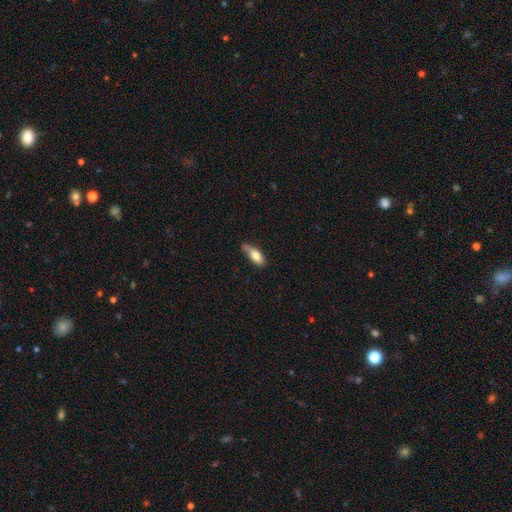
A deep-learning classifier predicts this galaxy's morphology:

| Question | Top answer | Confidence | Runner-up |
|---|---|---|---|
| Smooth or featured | smooth | 74% | featured or disk (19%) |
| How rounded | in between | 68% | cigar-shaped (30%) |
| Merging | none | 47% | minor disturbance (37%) |